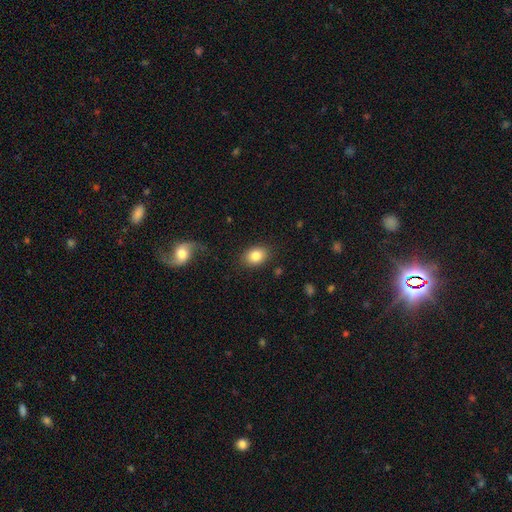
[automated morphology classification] The model was most divided on "how rounded": in between: 71%, round: 28%, cigar-shaped: 1%. More confident: merging — none (85%); smooth or featured — smooth (83%).